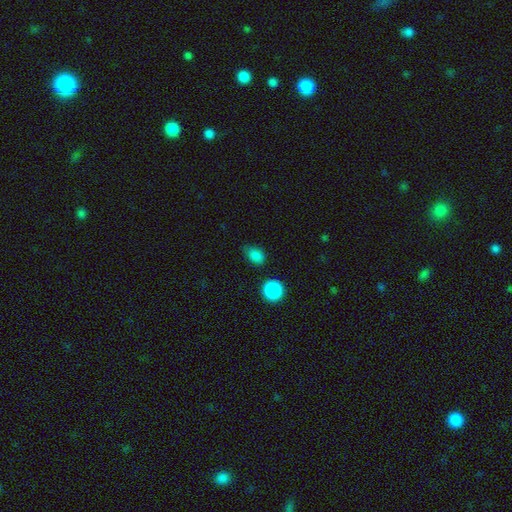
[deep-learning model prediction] Smooth or featured? smooth (85%)
How rounded? in between (65%)
Merging? none (72%)